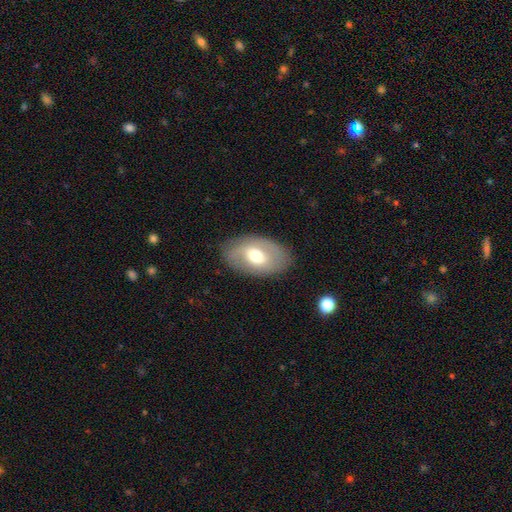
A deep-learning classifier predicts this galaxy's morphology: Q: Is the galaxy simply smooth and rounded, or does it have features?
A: smooth — 48%.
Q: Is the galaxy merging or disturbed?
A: none — 82%.